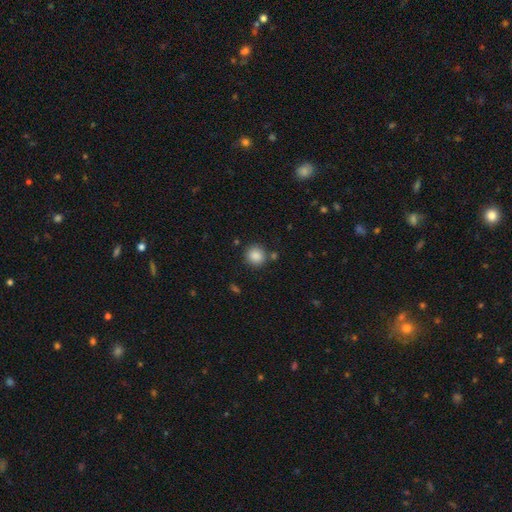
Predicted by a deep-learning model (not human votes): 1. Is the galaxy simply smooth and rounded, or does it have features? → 87% smooth, 9% star or artifact, 4% featured or disk.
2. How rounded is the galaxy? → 90% round, 9% in between, 1% cigar-shaped.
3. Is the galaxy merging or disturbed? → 82% none, 9% minor disturbance, 6% merger, 3% major disturbance.